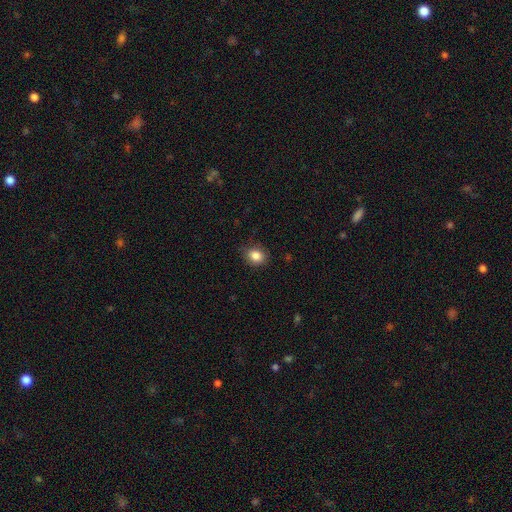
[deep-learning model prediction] A smooth galaxy with no disk features (85%) that is round (64%).

Vote fractions:
- Smooth or featured? smooth: 85% / star or artifact: 10% / featured or disk: 5%
- How rounded? round: 64% / in between: 35% / cigar-shaped: 1%
- Merging? none: 82% / minor disturbance: 14% / major disturbance: 3% / merger: 1%